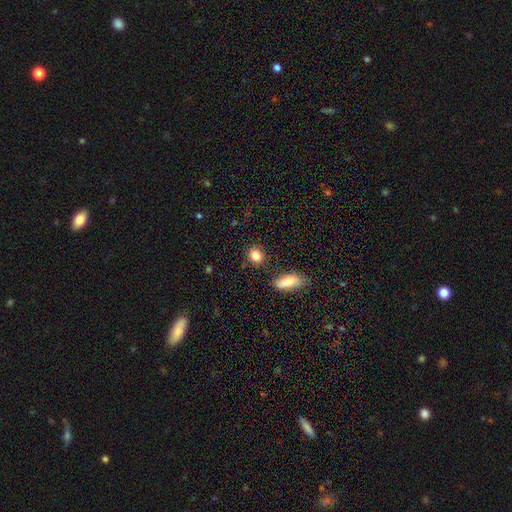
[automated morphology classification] The model was most divided on "how rounded": round: 65%, in between: 32%, cigar-shaped: 2%. More confident: merging — none (86%); smooth or featured — smooth (85%).